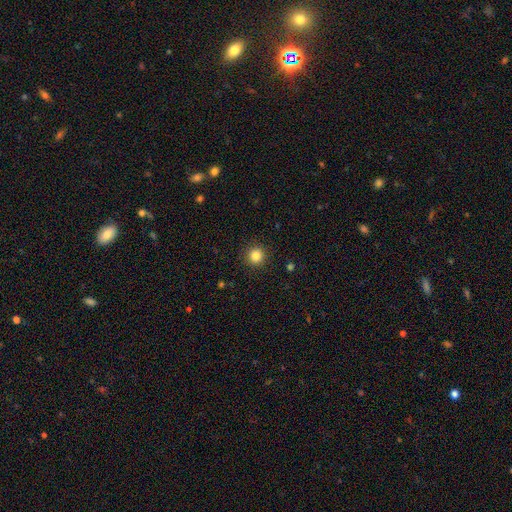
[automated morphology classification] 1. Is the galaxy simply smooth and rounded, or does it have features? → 83% smooth, 12% star or artifact, 5% featured or disk.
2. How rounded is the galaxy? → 94% round, 5% in between, 1% cigar-shaped.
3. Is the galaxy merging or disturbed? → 92% none, 5% minor disturbance, 2% major disturbance, 1% merger.